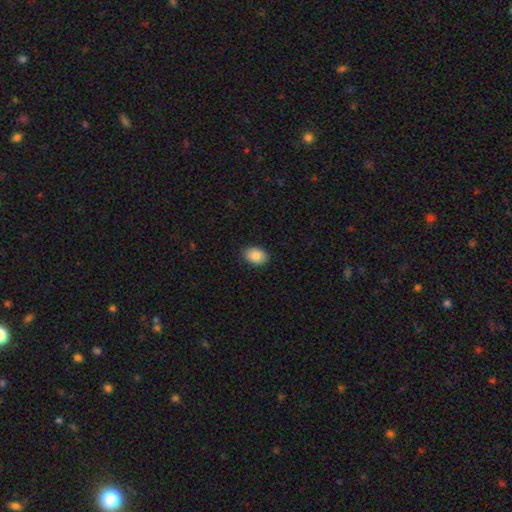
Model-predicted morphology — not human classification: A smooth galaxy with no disk features (86%) that is in between round and cigar-shaped (82%).

Vote fractions:
- Smooth or featured? smooth: 86% / star or artifact: 7% / featured or disk: 6%
- How rounded? in between: 82% / round: 17% / cigar-shaped: 1%
- Merging? none: 89% / minor disturbance: 9% / major disturbance: 2% / merger: 1%